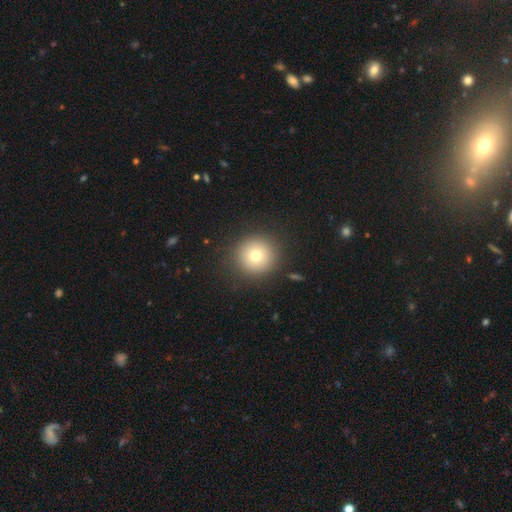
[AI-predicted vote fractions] A smooth galaxy with no disk features (74%) that is round (95%). Merging: none (89%).